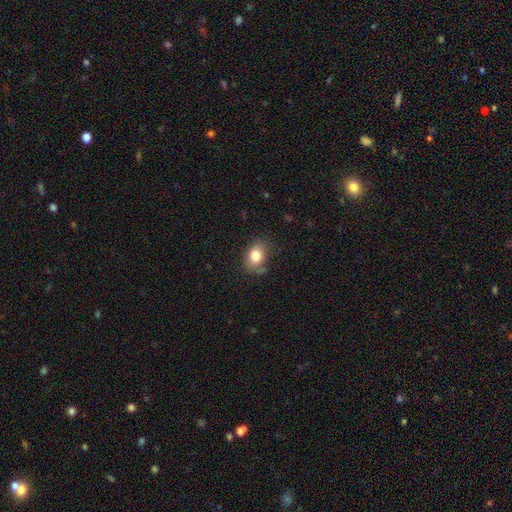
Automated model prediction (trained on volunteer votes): Overall: smooth (81%). How rounded: in between (72%). Merging: none (70%).